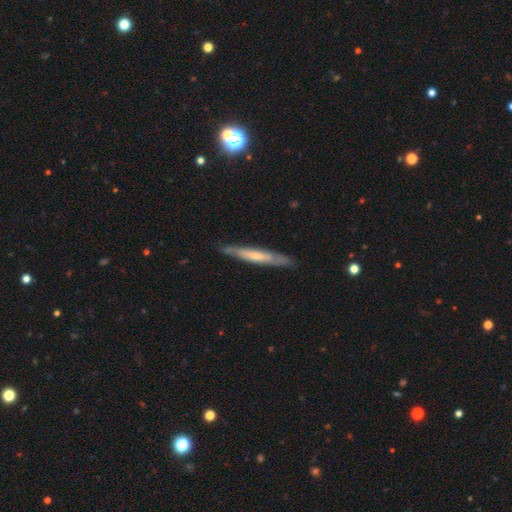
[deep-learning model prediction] Smooth or featured: featured or disk — 51% (smooth — 43%)
Edge-on disk: yes — 84% (no — 16%)
Merging: none — 84% (minor disturbance — 12%)